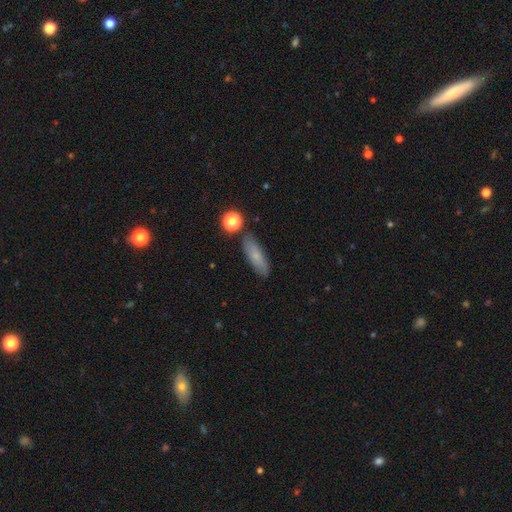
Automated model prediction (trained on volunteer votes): This appears to be a smooth galaxy with no disk features (75%) that is in between round and cigar-shaped (53%). Merging: none (81%).